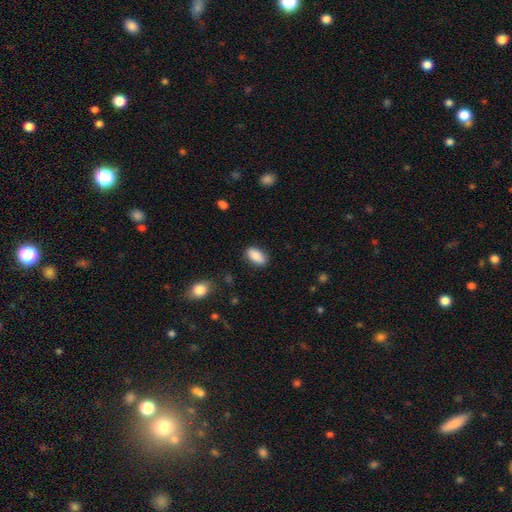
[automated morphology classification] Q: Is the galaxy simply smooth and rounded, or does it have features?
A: smooth — 86%.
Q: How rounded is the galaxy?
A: in between — 90%.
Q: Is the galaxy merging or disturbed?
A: none — 85%.